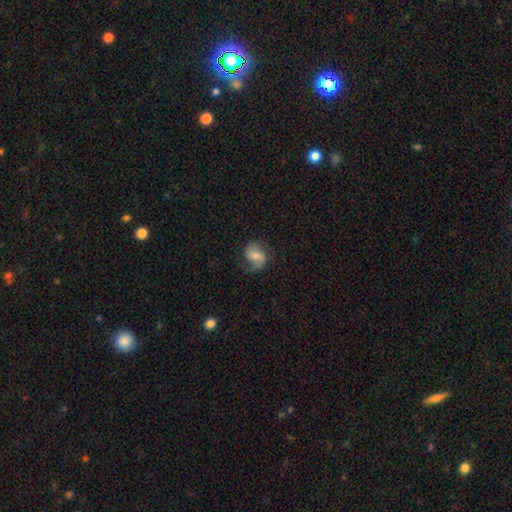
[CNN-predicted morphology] A featured or disk galaxy (58%) with no bar (46%), 2 (56%) medium (42%) spiral arms (89%) and a moderate central bulge (52%).

Vote fractions:
- Smooth or featured? featured or disk: 58% / smooth: 35% / star or artifact: 8%
- Edge-on disk? no: 97% / yes: 3%
- Bar? no: 46% / weak: 42% / strong: 12%
- Spiral arms? yes: 89% / no: 11%
- Spiral winding? medium: 42% / loose: 38% / tight: 20%
- Spiral arm count? 2: 56% / 1: 34% / can't tell: 7% / 3: 1% / 4: 1% / more than 4: 1%
- Bulge size? moderate: 52% / small: 36% / large: 6% / none: 5% / dominant: 1%
- Merging? none: 61% / minor disturbance: 22% / major disturbance: 15% / merger: 1%